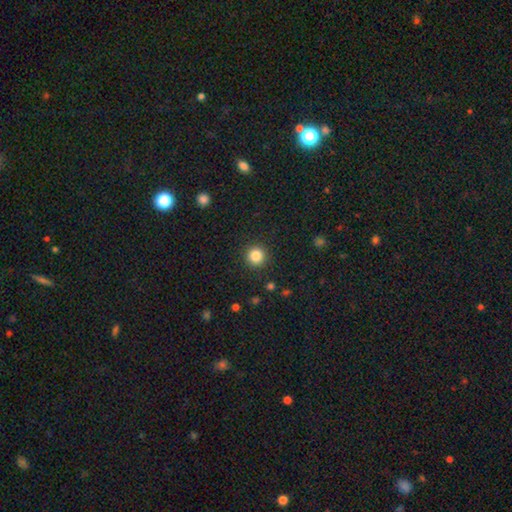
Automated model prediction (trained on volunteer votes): This is clearly a smooth galaxy (84%). How rounded: clearly round (95%). Merging: clearly none (92%).